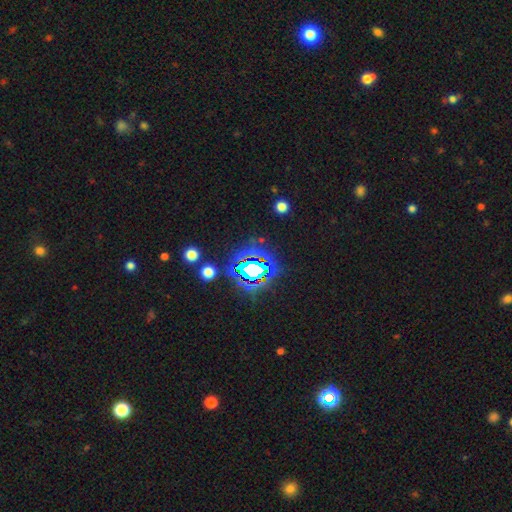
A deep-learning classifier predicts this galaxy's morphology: Smooth or featured? star or artifact (82%)